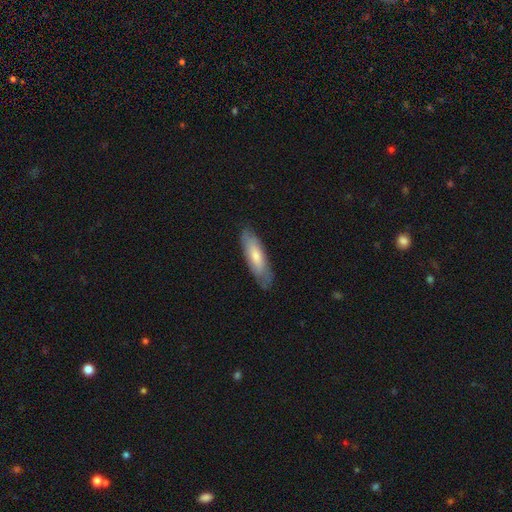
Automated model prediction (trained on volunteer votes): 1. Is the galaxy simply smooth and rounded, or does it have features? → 67% smooth, 28% featured or disk, 5% star or artifact.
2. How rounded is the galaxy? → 55% cigar-shaped, 44% in between, 1% round.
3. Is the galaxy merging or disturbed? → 79% none, 17% minor disturbance, 3% major disturbance, 1% merger.